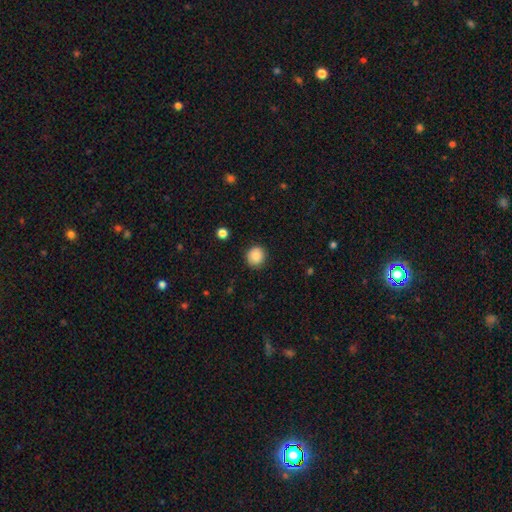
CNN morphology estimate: A smooth galaxy with no disk features (87%) that is round (87%). Merging: none (90%).